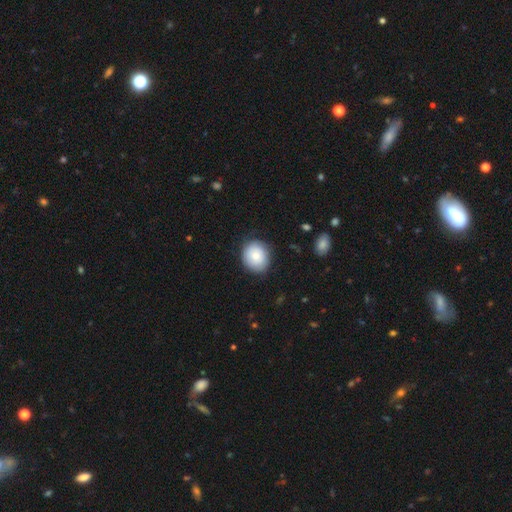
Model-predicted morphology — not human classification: smooth_or_featured: smooth (p=0.73) [alt: featured or disk p=0.20]
how_rounded: round (p=0.74) [alt: in between p=0.25]
merging: none (p=0.79) [alt: minor disturbance p=0.16]